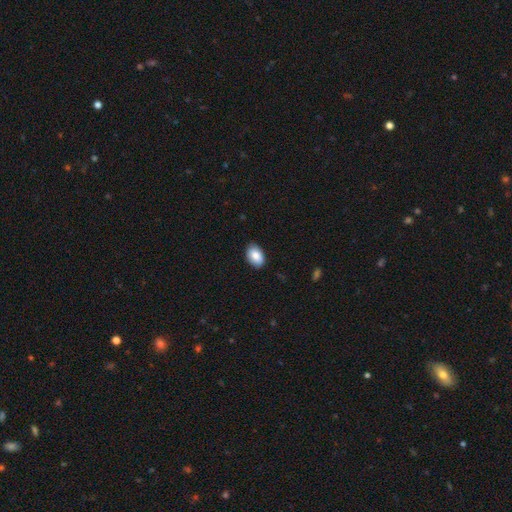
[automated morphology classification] This appears to be a smooth galaxy with no disk features (84%) that is in between round and cigar-shaped (89%). Merging: none (85%).